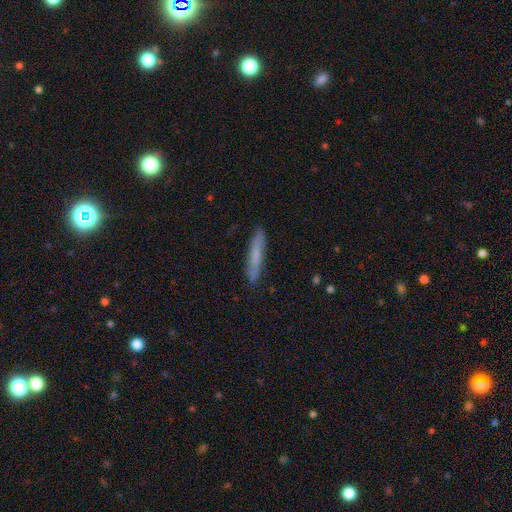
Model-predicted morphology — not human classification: Overall: smooth (66%; featured or disk 27%). How rounded: cigar-shaped (94%). Merging: none (88%).